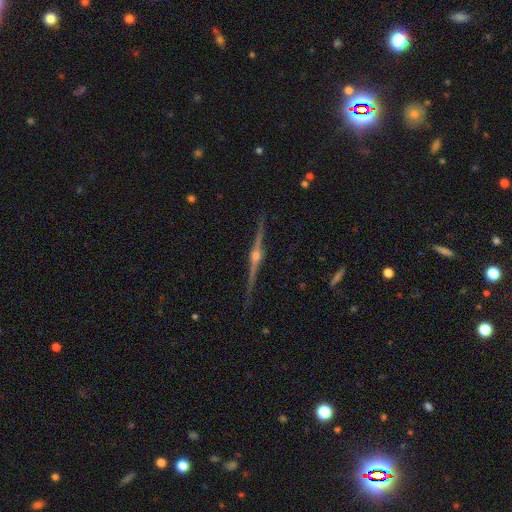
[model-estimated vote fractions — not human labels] Smooth or featured: featured or disk — 90% (star or artifact — 5%)
Edge-on disk: yes — 99% (no — 1%)
Edge-on bulge: rounded — 95% (boxy — 3%)
Merging: none — 91% (minor disturbance — 7%)